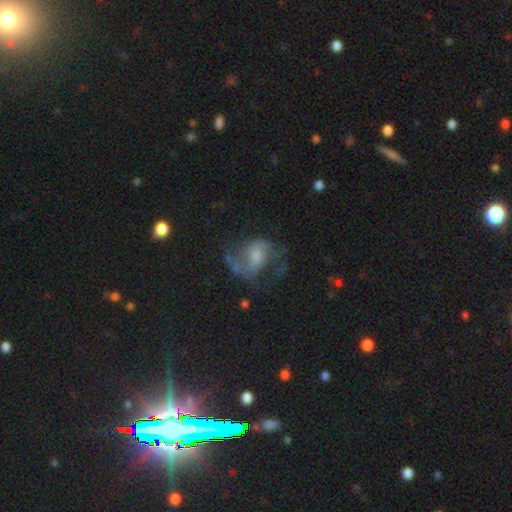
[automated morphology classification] Smooth or featured: featured or disk — 65% (smooth — 25%)
Edge-on disk: no — 98% (yes — 2%)
Bar: no — 46% (weak — 43%)
Spiral arms: yes — 79% (no — 21%)
Spiral winding: loose — 45% (medium — 43%)
Spiral arm count: 2 — 77% (can't tell — 11%)
Bulge size: moderate — 35% (small — 33%)
Merging: none — 43% (major disturbance — 32%)